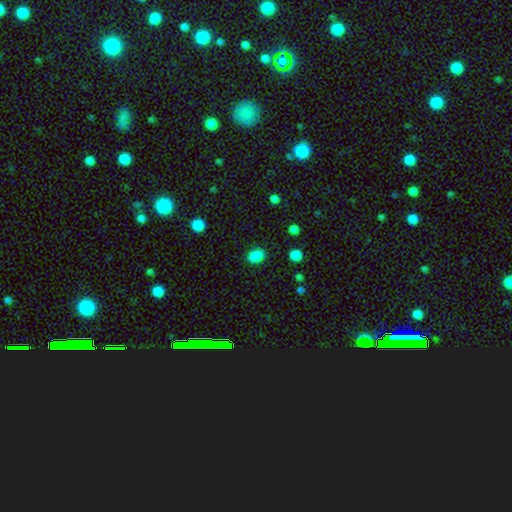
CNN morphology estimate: A smooth galaxy with no disk features (87%) that is in between round and cigar-shaped (76%).

Vote fractions:
- Smooth or featured? smooth: 87% / star or artifact: 10% / featured or disk: 3%
- How rounded? in between: 76% / round: 23% / cigar-shaped: 1%
- Merging? none: 85% / minor disturbance: 11% / major disturbance: 3% / merger: 1%